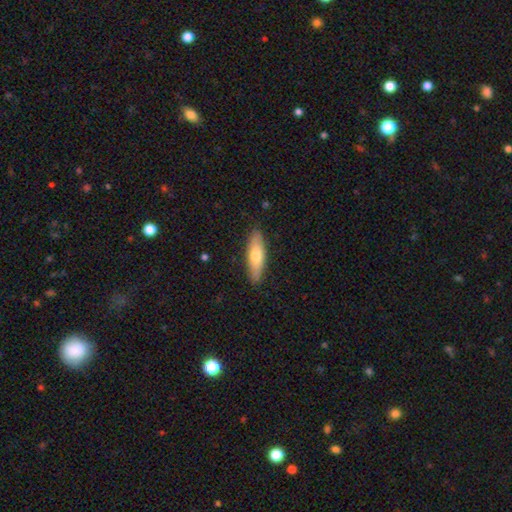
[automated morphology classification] A smooth galaxy with no disk features (67%) that is cigar-shaped (58%). Merging: none (87%).